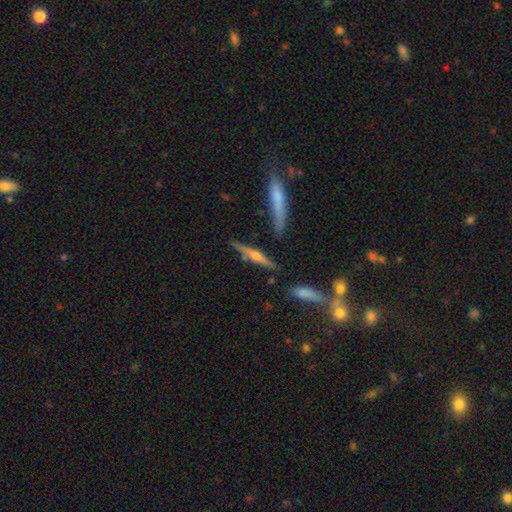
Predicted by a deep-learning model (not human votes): This is likely a featured or disk galaxy (66%). It is clearly viewed edge-on (96%). Edge-on bulge: clearly rounded (83%). Merging: likely none (79%).